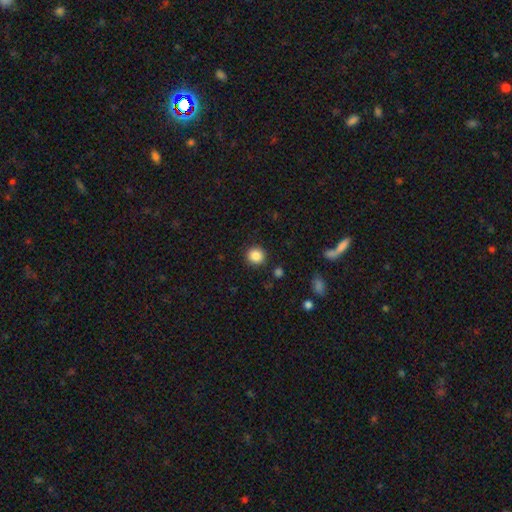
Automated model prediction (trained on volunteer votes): Overall: smooth (86%). How rounded: round (91%). Merging: none (90%).